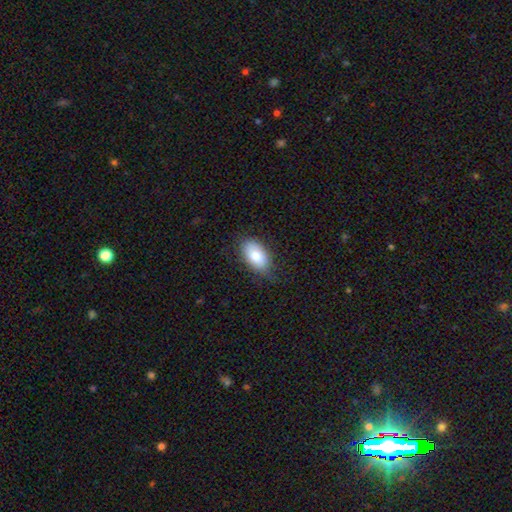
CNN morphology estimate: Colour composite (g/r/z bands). It shows a smooth galaxy with no disk features (81%) that is in between round and cigar-shaped (93%). Merging: none (74%).